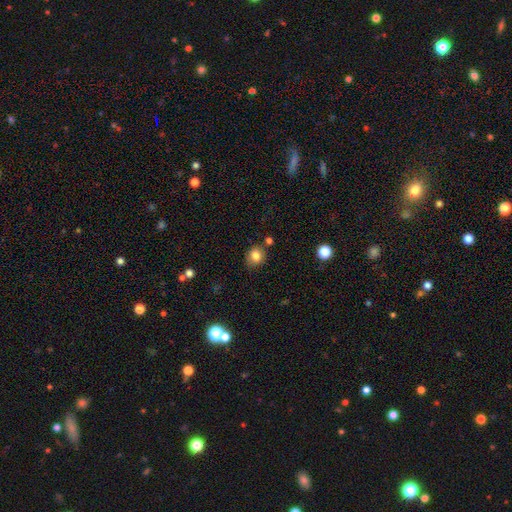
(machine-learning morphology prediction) This is clearly a smooth galaxy (82%). How rounded: likely round (71%). Merging: likely none (76%).